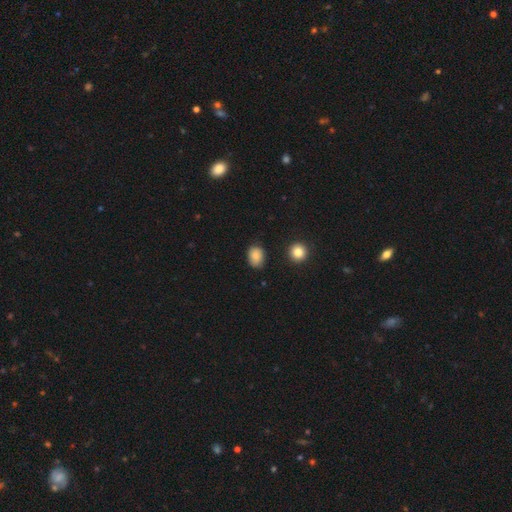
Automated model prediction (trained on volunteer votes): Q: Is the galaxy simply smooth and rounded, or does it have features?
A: smooth — 86%.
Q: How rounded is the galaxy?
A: in between — 69%.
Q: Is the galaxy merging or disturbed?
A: none — 82%.